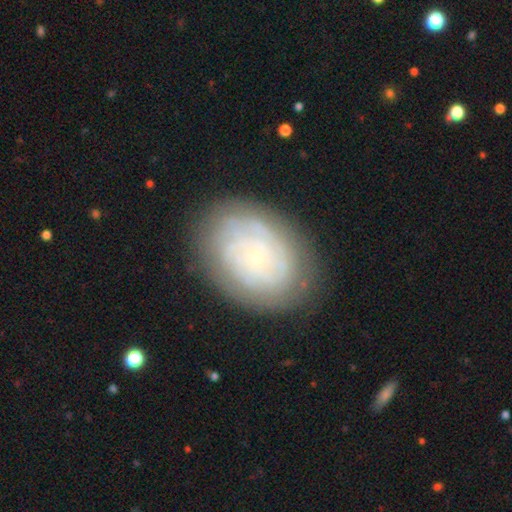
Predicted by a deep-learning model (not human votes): Smooth or featured? Predicted: featured or disk (p=0.66). Edge-on disk? Predicted: no (p=0.97). Bar? Predicted: no (p=0.83). Spiral arms? Predicted: yes (p=0.86). Spiral winding? Predicted: tight (p=0.78). Spiral arm count? Predicted: can't tell (p=0.49). Bulge size? Predicted: small (p=0.85). Merging? Predicted: none (p=0.79).